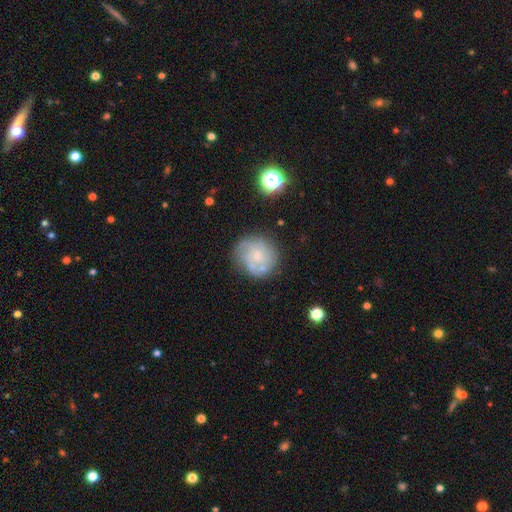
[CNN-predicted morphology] This is likely a featured or disk galaxy (64%). It is clearly not viewed edge-on (98%). Bar: likely no (74%). Spiral arm pattern: clearly yes (83%). Spiral arm count: marginally can't tell (34%). Spiral winding: possibly tight (51%). Central bulge: likely small (64%). Merging: likely none (69%).